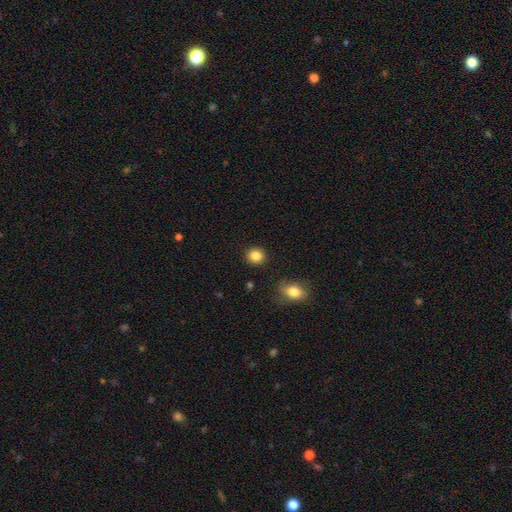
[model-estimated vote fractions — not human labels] This appears to be a smooth galaxy with no disk features (85%) that is round (86%). Merging: none (90%).